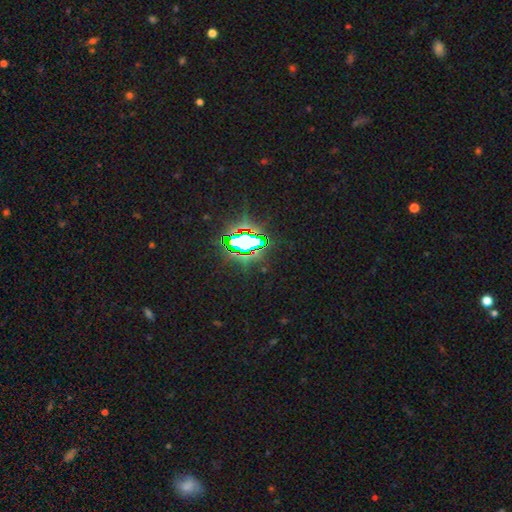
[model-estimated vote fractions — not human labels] The model was most divided on "smooth or featured": star or artifact: 82%, smooth: 11%, featured or disk: 7%.